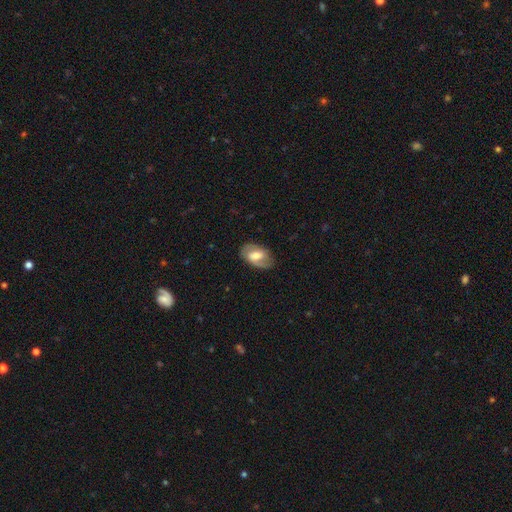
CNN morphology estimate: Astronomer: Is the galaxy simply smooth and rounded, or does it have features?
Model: featured or disk — 59% (runner-up: smooth, 35%).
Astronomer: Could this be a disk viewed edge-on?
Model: no — 95%.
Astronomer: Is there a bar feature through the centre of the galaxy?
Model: weak — 47% (runner-up: strong, 28%).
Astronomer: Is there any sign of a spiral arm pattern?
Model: yes — 76%.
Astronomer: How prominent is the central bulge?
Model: moderate — 56%.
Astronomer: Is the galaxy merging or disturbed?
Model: none — 78%.